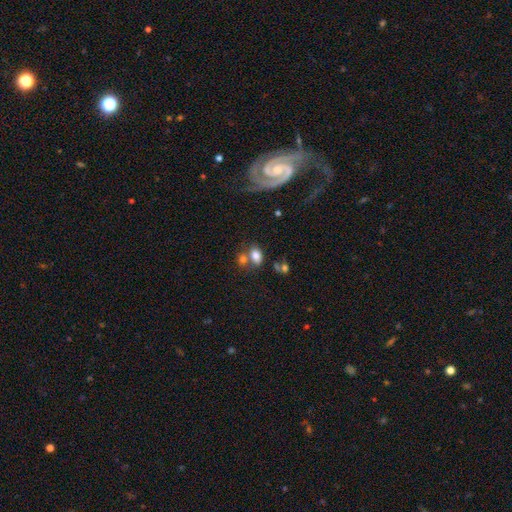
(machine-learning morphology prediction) Q: Smooth or featured?
A: smooth (77%); runner-up: featured or disk (12%)
Q: How rounded?
A: in between (76%); runner-up: round (22%)
Q: Merging?
A: none (45%); runner-up: merger (37%)